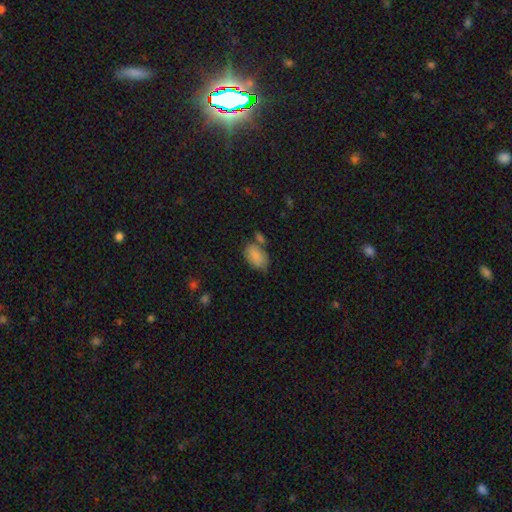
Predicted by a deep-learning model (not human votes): Smooth or featured?
  - smooth: 82% *
  - featured or disk: 10%
  - star or artifact: 8%
How rounded?
  - in between: 89% *
  - round: 9%
  - cigar-shaped: 1%
Merging?
  - none: 49% *
  - minor disturbance: 25%
  - merger: 17%
  - major disturbance: 8%